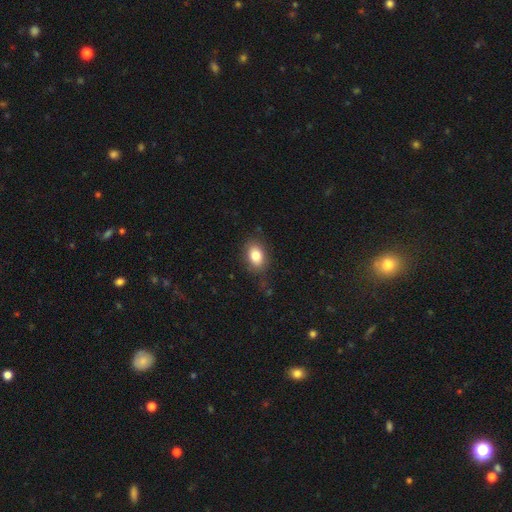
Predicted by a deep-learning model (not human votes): smooth_or_featured: smooth (p=0.81) [alt: featured or disk p=0.10]
how_rounded: in between (p=0.82) [alt: round p=0.17]
merging: none (p=0.81) [alt: minor disturbance p=0.14]